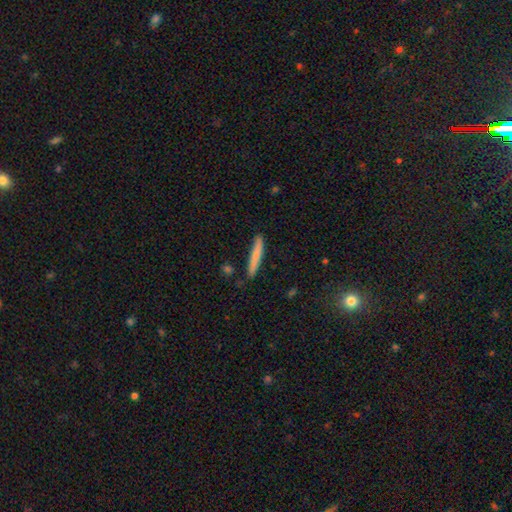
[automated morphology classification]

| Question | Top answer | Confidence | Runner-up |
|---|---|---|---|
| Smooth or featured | smooth | 74% | featured or disk (20%) |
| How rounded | cigar-shaped | 94% | in between (5%) |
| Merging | none | 86% | minor disturbance (10%) |